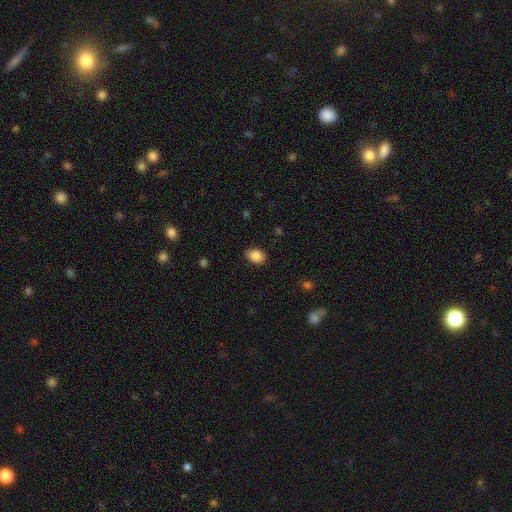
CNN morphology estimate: smooth 87%, star or artifact 8%, featured or disk 5%. Down the decision tree: how rounded — in between (81%); merging — none (83%).